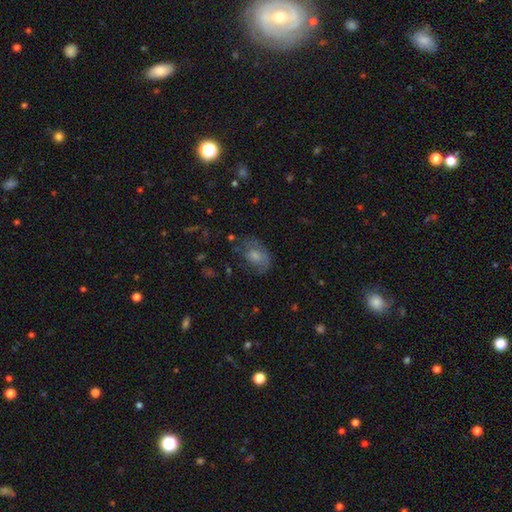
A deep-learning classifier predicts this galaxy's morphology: smooth 62%, featured or disk 27%, star or artifact 11%. Down the decision tree: how rounded — in between (80%); merging — none (50%).